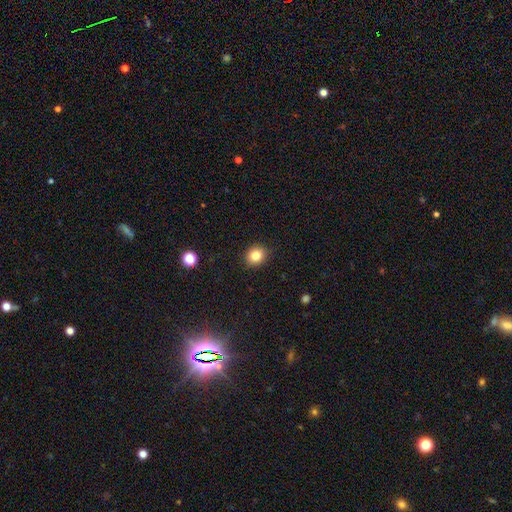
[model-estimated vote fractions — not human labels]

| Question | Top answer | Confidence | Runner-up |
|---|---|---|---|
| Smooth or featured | smooth | 83% | star or artifact (11%) |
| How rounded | round | 65% | in between (34%) |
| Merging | none | 89% | minor disturbance (8%) |